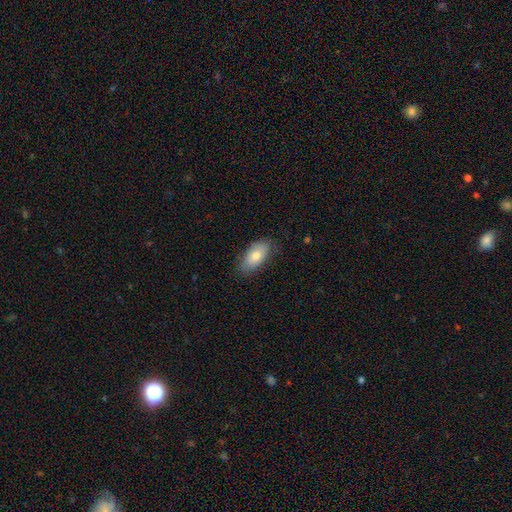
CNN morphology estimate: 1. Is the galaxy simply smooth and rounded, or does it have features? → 79% smooth, 15% featured or disk, 6% star or artifact.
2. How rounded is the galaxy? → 91% in between, 6% cigar-shaped, 3% round.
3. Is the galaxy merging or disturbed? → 82% none, 14% minor disturbance, 3% major disturbance, 1% merger.